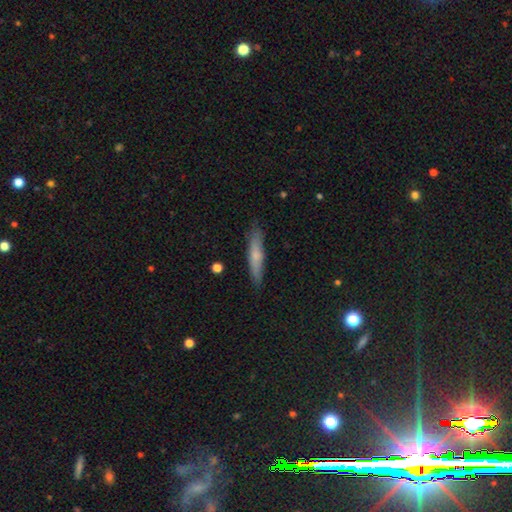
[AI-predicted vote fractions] smooth 67%, featured or disk 27%, star or artifact 6%. Down the decision tree: how rounded — cigar-shaped (88%); merging — none (86%).